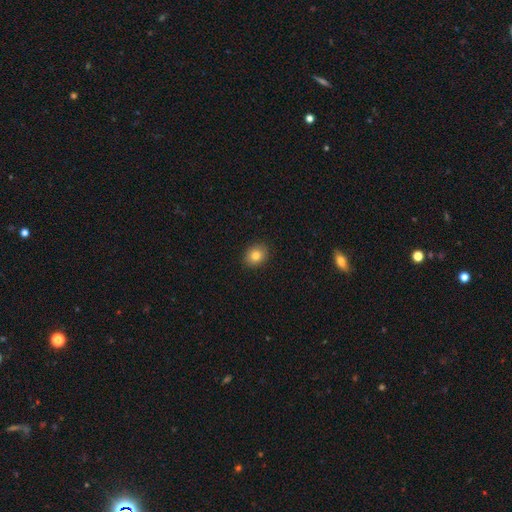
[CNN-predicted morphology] This appears to be a smooth galaxy with no disk features (81%) that is round (56%). Merging: none (91%).